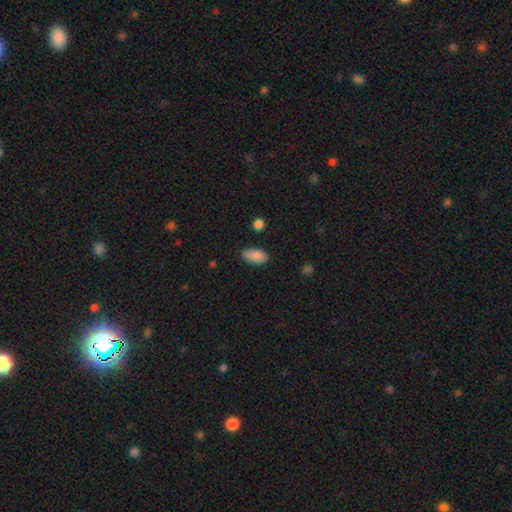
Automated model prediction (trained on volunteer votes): The model was most divided on "merging": none: 80%, minor disturbance: 15%, major disturbance: 3%, merger: 2%. More confident: how rounded — in between (93%); smooth or featured — smooth (88%).